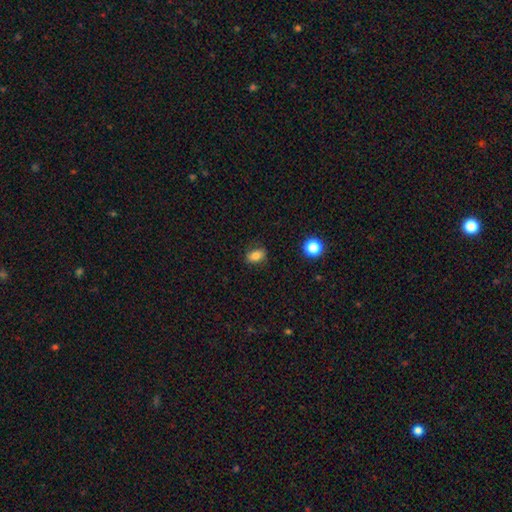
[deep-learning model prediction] Smooth or featured: smooth — 82% (star or artifact — 11%)
How rounded: in between — 77% (round — 21%)
Merging: none — 82% (minor disturbance — 13%)